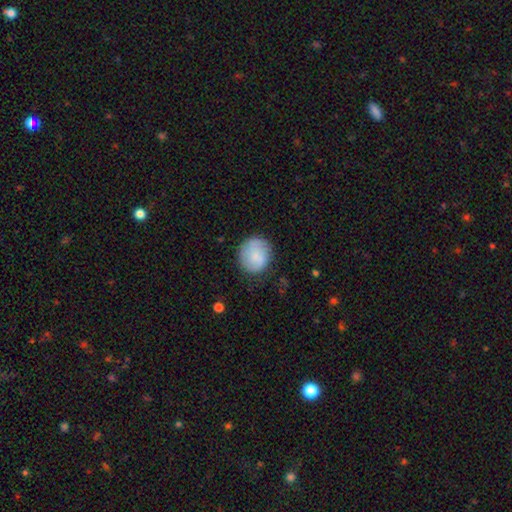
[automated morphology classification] A smooth galaxy with no disk features (73%) that is round (86%). Merging: none (79%).